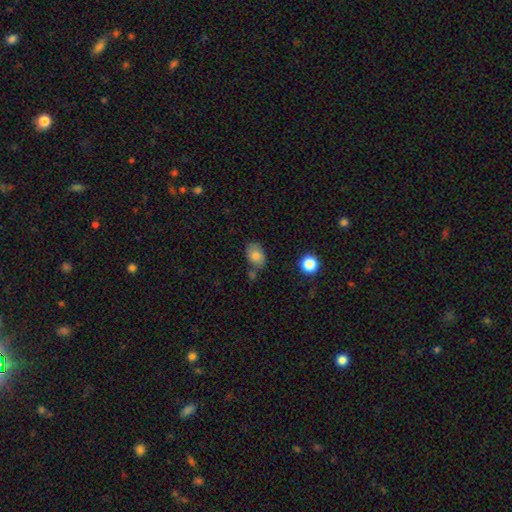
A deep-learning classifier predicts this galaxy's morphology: The model was most divided on "merging": none: 63%, minor disturbance: 20%, merger: 11%, major disturbance: 5%. More confident: smooth or featured — smooth (80%); how rounded — in between (76%).